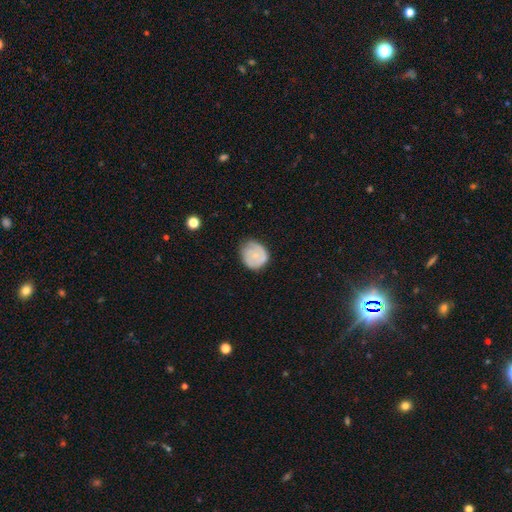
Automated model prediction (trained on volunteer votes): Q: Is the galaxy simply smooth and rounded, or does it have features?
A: smooth — 54%.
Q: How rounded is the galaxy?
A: round — 78%.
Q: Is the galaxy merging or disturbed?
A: none — 59%.